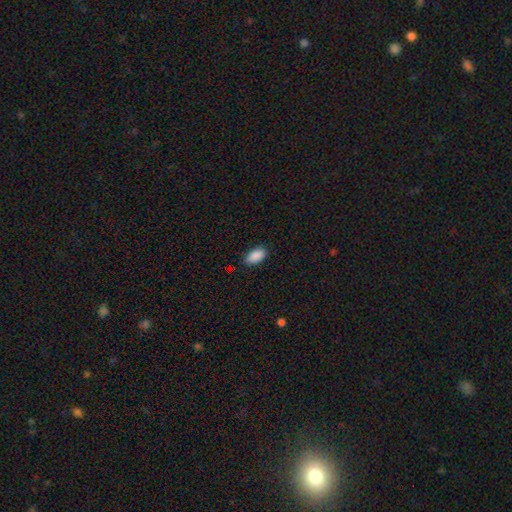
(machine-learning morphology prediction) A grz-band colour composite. It shows a smooth galaxy with no disk features (90%) that is in between round and cigar-shaped (94%). Merging: none (84%).